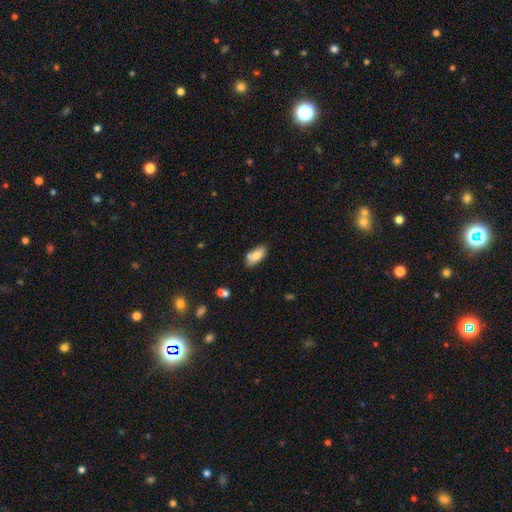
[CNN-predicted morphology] Q: Smooth or featured?
A: smooth (76%); runner-up: featured or disk (17%)
Q: How rounded?
A: in between (86%); runner-up: cigar-shaped (11%)
Q: Merging?
A: none (65%); runner-up: minor disturbance (19%)